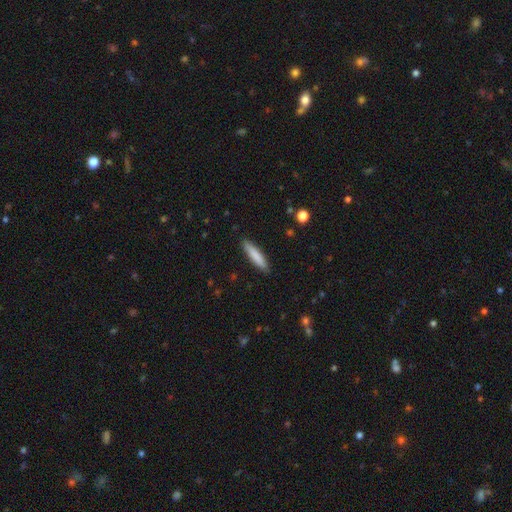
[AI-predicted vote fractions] Smooth or featured?
  - smooth: 82% *
  - featured or disk: 13%
  - star or artifact: 6%
How rounded?
  - cigar-shaped: 86% *
  - in between: 13%
  - round: 1%
Merging?
  - none: 89% *
  - minor disturbance: 8%
  - major disturbance: 2%
  - merger: 1%